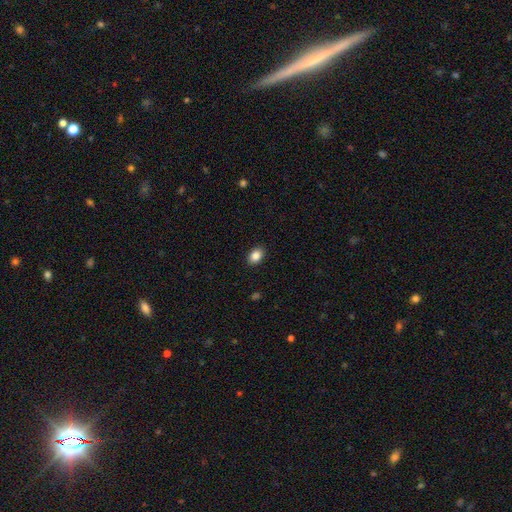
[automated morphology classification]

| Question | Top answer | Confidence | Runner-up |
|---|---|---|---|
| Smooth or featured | smooth | 86% | star or artifact (9%) |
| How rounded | in between | 77% | round (22%) |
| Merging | none | 90% | minor disturbance (7%) |